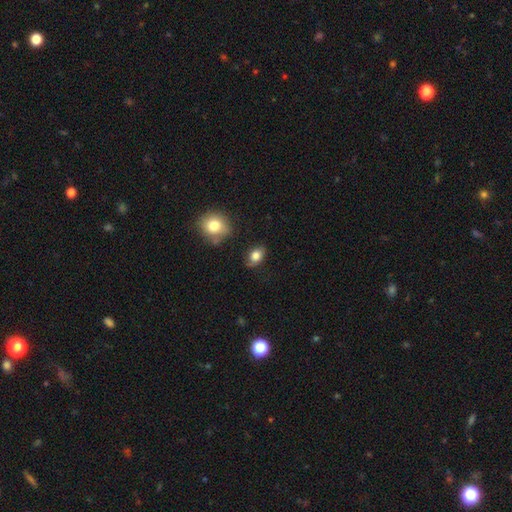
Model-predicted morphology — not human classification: A smooth galaxy with no disk features (80%) that is in between round and cigar-shaped (78%).

Vote fractions:
- Smooth or featured? smooth: 80% / featured or disk: 11% / star or artifact: 9%
- How rounded? in between: 78% / round: 20% / cigar-shaped: 2%
- Merging? none: 74% / minor disturbance: 19% / major disturbance: 4% / merger: 3%